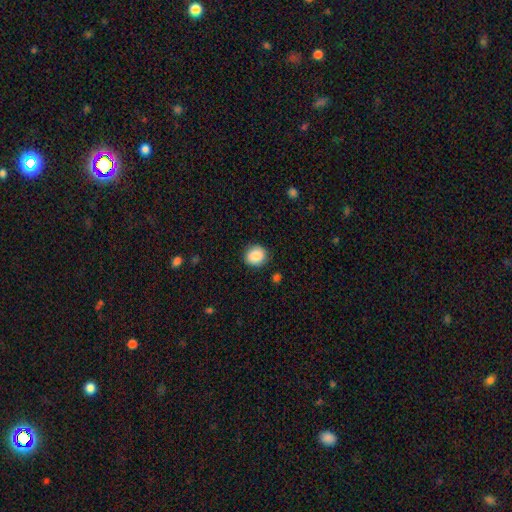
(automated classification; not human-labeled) Smooth or featured? Predicted: smooth (p=0.88). How rounded? Predicted: round (p=0.85). Merging? Predicted: none (p=0.87).